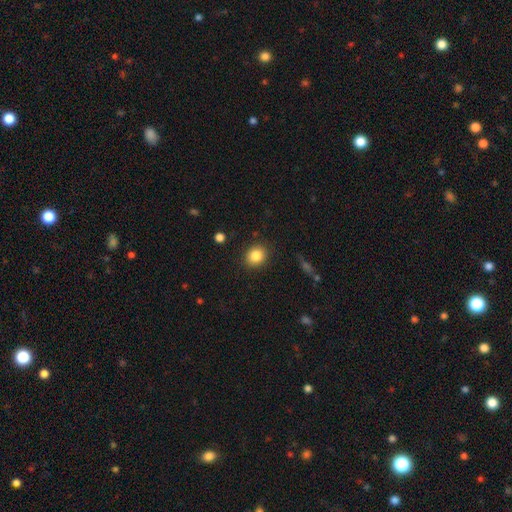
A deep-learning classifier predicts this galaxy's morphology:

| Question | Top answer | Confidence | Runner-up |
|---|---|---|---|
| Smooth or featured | smooth | 85% | star or artifact (10%) |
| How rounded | round | 71% | in between (28%) |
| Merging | none | 88% | minor disturbance (8%) |